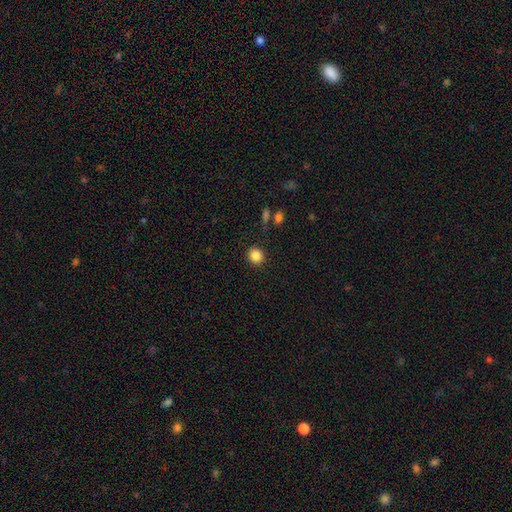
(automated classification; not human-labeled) Overall: smooth (85%). How rounded: round (87%). Merging: none (89%).